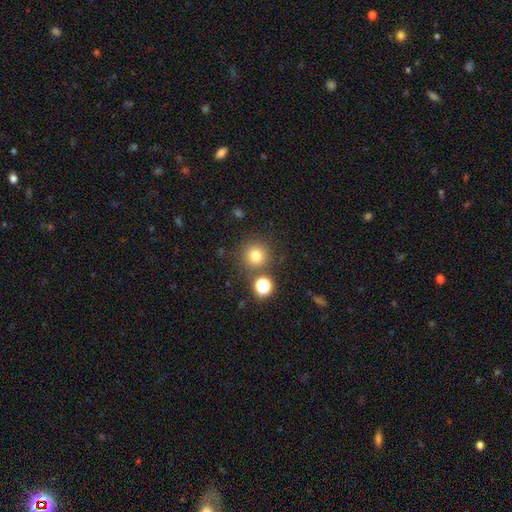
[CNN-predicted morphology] Smooth or featured?
  - smooth: 77% *
  - star or artifact: 16%
  - featured or disk: 7%
How rounded?
  - round: 95% *
  - in between: 4%
  - cigar-shaped: 1%
Merging?
  - none: 81% *
  - merger: 8%
  - minor disturbance: 7%
  - major disturbance: 3%